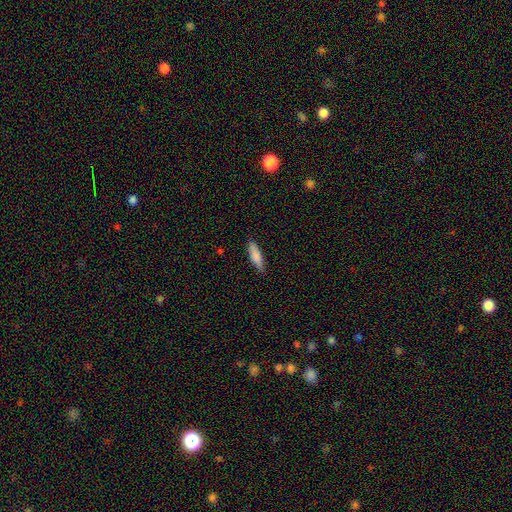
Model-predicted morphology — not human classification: Overall: smooth (82%). How rounded: cigar-shaped (67%; in between 31%). Merging: none (84%).